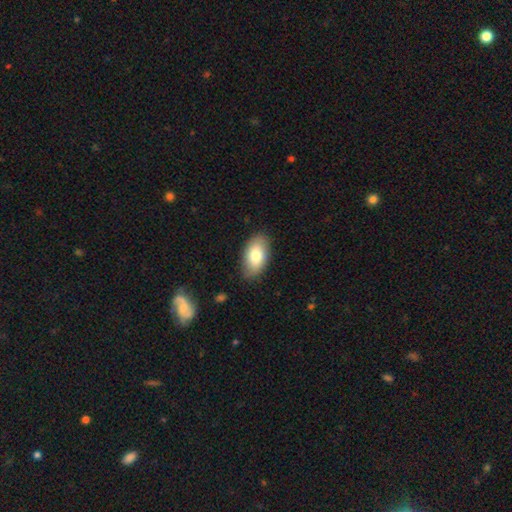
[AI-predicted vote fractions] Overall: smooth (77%). How rounded: in between (94%). Merging: none (84%).